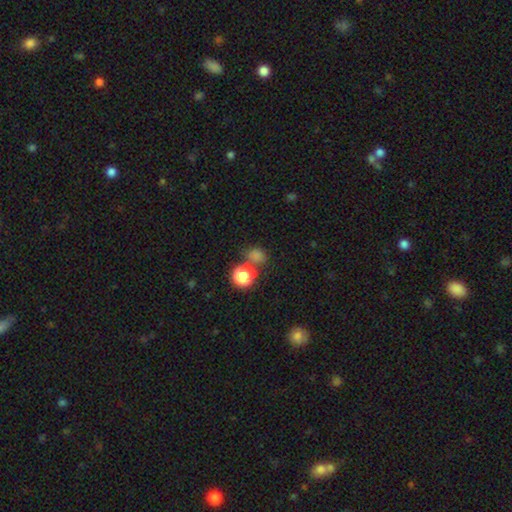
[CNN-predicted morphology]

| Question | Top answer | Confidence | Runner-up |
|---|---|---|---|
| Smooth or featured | smooth | 71% | star or artifact (23%) |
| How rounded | round | 68% | in between (30%) |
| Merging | none | 62% | merger (21%) |